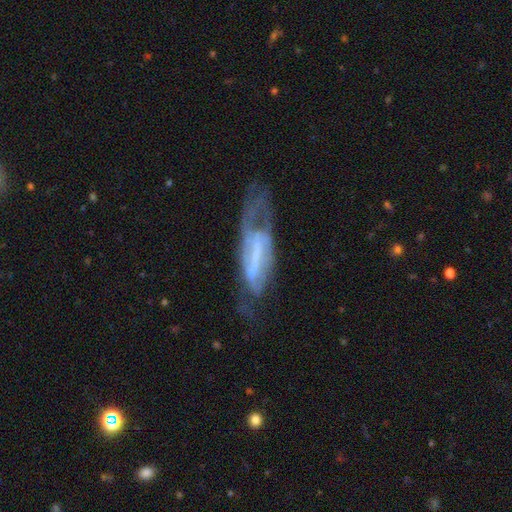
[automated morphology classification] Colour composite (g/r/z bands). It shows a featured or disk galaxy (73%) with a strong bar (57%), spiral arms (64%) and no central bulge (45%). Merging: none (42%).